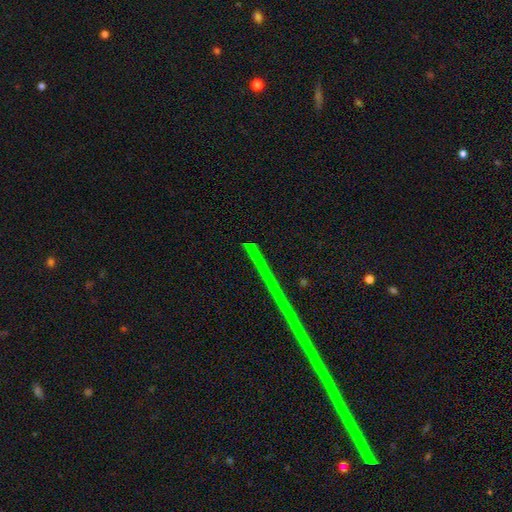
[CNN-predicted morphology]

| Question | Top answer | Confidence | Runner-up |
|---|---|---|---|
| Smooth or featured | star or artifact | 80% | featured or disk (12%) |